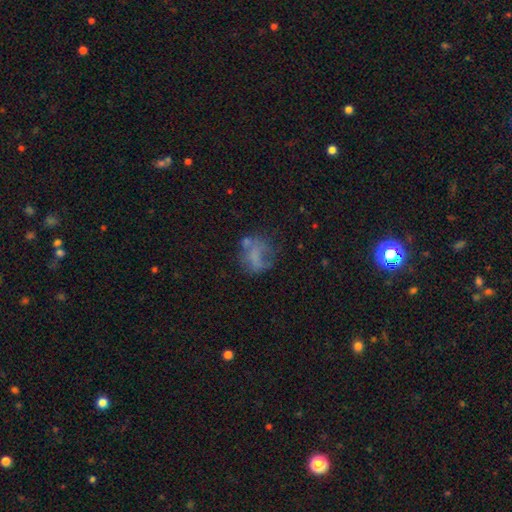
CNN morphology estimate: A smooth galaxy with no disk features (47%). Merging: none (39%).